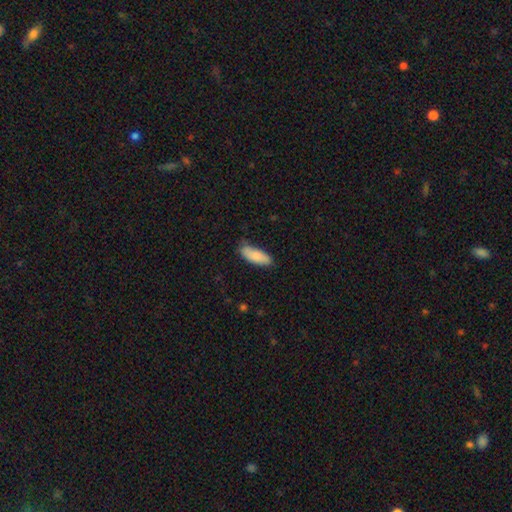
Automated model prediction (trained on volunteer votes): Q: Smooth or featured?
A: smooth (85%); runner-up: featured or disk (9%)
Q: How rounded?
A: in between (74%); runner-up: cigar-shaped (24%)
Q: Merging?
A: none (72%); runner-up: minor disturbance (23%)